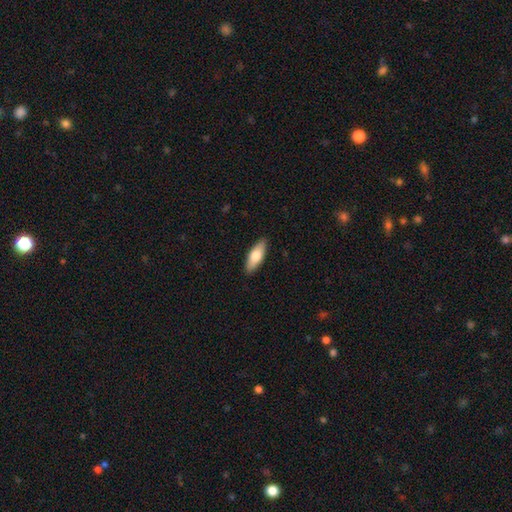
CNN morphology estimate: Smooth or featured? smooth (73%)
How rounded? in between (68%)
Merging? none (89%)